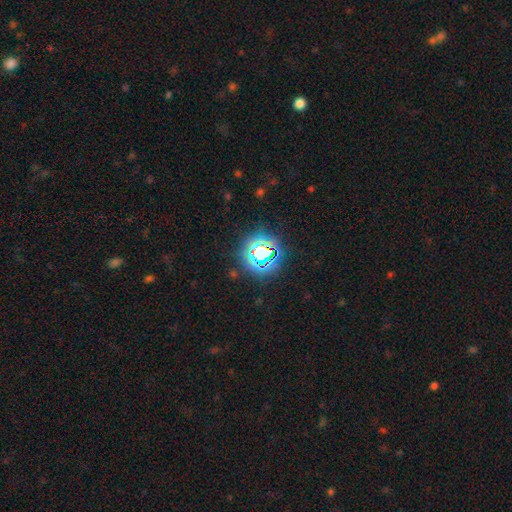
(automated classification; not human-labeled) Smooth or featured? star or artifact (75%)